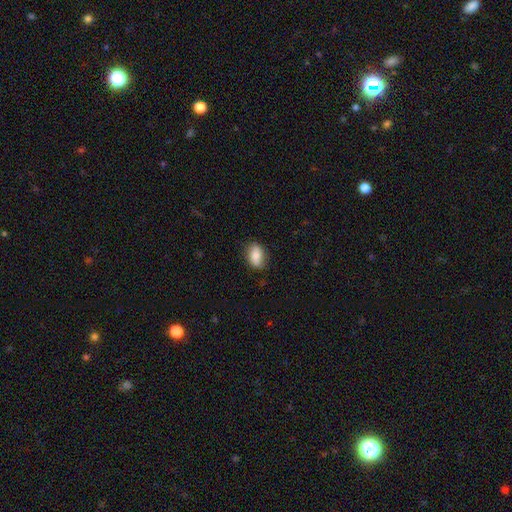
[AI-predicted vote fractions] Smooth or featured? smooth (78%)
How rounded? in between (86%)
Merging? none (77%)